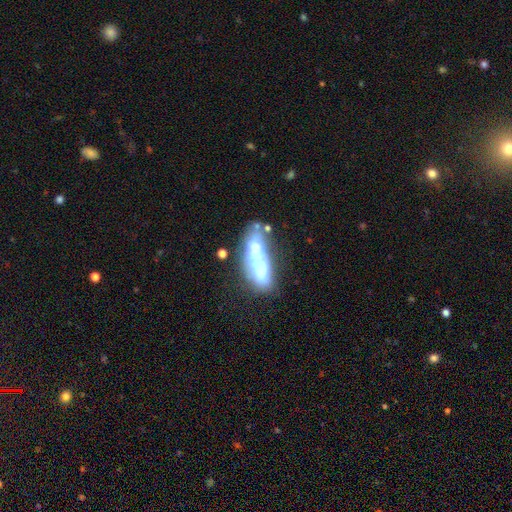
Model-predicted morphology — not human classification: A featured or disk galaxy (50%). Merging: merger (44%).